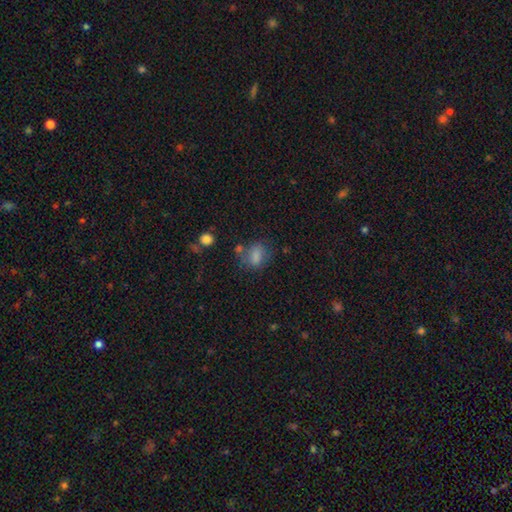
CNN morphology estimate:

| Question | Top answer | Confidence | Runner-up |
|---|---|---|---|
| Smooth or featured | smooth | 77% | star or artifact (12%) |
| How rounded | in between | 63% | round (36%) |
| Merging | none | 53% | minor disturbance (23%) |